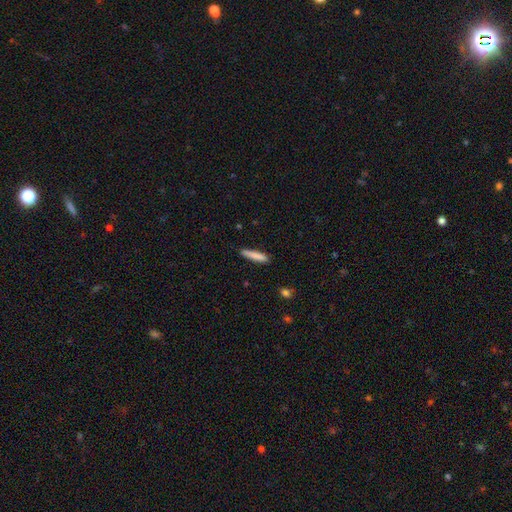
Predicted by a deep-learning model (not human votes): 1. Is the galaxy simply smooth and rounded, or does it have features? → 83% smooth, 11% featured or disk, 6% star or artifact.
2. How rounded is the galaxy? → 90% cigar-shaped, 9% in between, 1% round.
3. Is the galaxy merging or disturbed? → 85% none, 11% minor disturbance, 2% major disturbance, 1% merger.